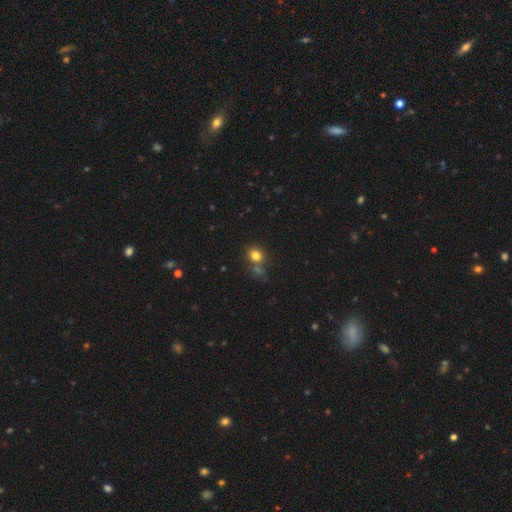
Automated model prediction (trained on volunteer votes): smooth 79%, star or artifact 14%, featured or disk 7%. Down the decision tree: how rounded — round (71%); merging — none (63%).